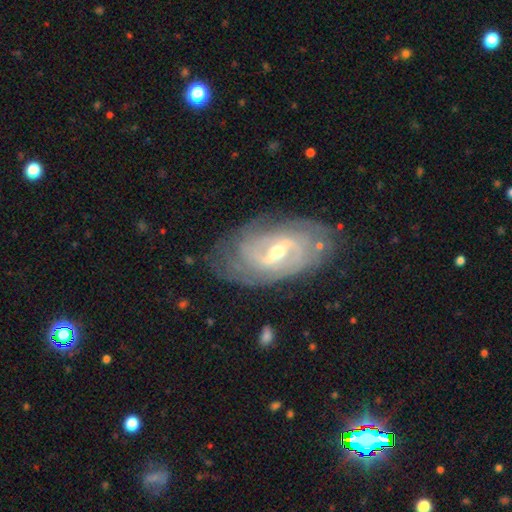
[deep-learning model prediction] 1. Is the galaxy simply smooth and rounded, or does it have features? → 86% featured or disk, 8% smooth, 6% star or artifact.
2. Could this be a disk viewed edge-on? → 94% no, 6% yes.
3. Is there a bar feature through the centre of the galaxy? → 47% weak, 39% strong, 14% no.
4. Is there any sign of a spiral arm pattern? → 93% yes, 7% no.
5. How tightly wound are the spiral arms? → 61% tight, 29% medium, 10% loose.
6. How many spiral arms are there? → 37% 2, 33% can't tell, 13% 3, 7% 4, 5% more than 4, 4% 1.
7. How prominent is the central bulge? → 55% moderate, 41% small, 2% large, 1% none, 1% dominant.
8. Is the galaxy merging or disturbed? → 76% none, 17% minor disturbance, 6% major disturbance, 2% merger.